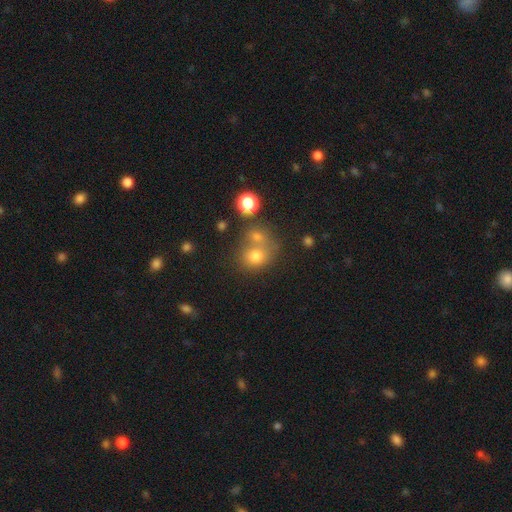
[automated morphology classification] type=smooth (74%); roundness=round (72%); merging=none (43%).